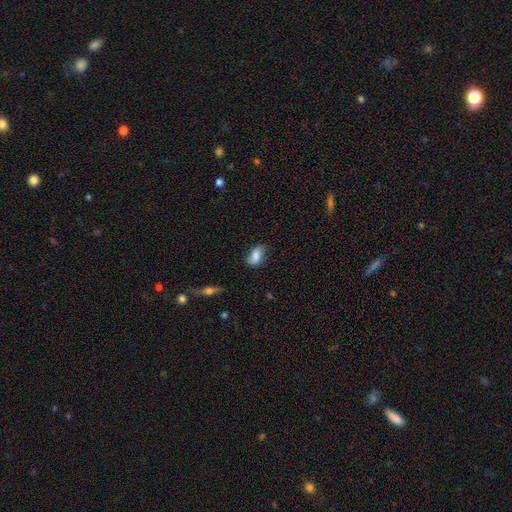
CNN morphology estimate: Smooth or featured?
  - smooth: 73% *
  - featured or disk: 18%
  - star or artifact: 9%
How rounded?
  - in between: 86% *
  - round: 10%
  - cigar-shaped: 4%
Merging?
  - none: 57% *
  - minor disturbance: 31%
  - major disturbance: 9%
  - merger: 3%